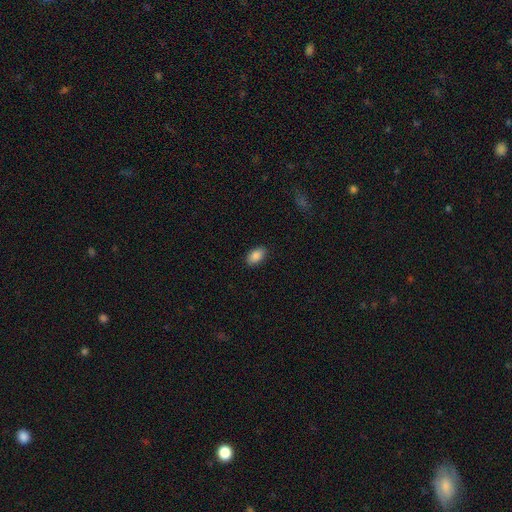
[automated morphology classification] This is clearly a smooth galaxy (88%). How rounded: clearly in between (92%). Merging: clearly none (87%).